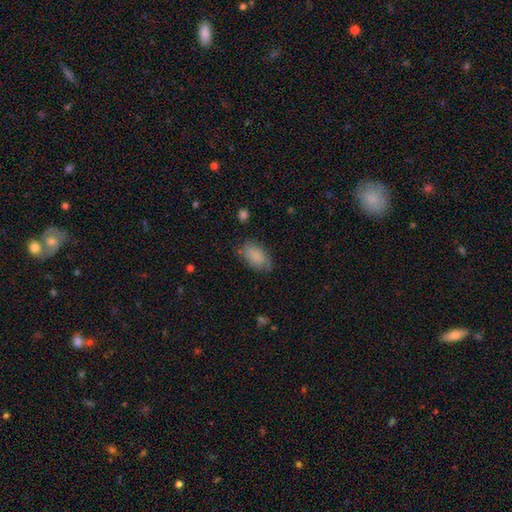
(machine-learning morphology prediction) type=smooth (85%); roundness=in between (93%); merging=none (72%).